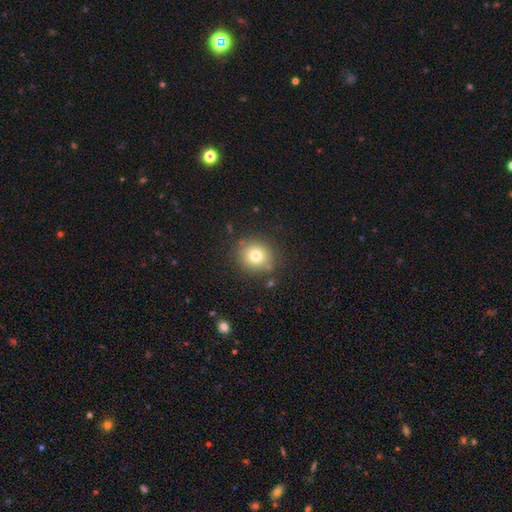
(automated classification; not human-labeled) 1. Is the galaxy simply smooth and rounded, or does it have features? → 77% smooth, 13% star or artifact, 11% featured or disk.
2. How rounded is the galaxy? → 87% round, 12% in between, 1% cigar-shaped.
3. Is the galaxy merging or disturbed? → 85% none, 9% minor disturbance, 3% major disturbance, 3% merger.